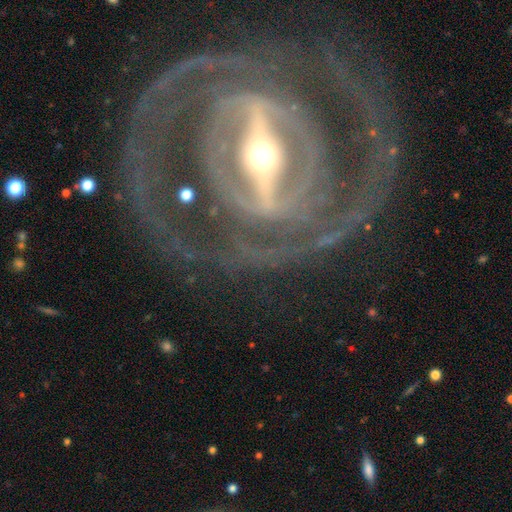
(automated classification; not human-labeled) Smooth or featured? featured or disk (90%)
Edge-on disk? no (90%)
Bar? strong (83%)
Spiral arms? yes (85%)
Spiral winding? tight (60%)
Spiral arm count? 2 (53%)
Bulge size? moderate (54%)
Merging? none (71%)